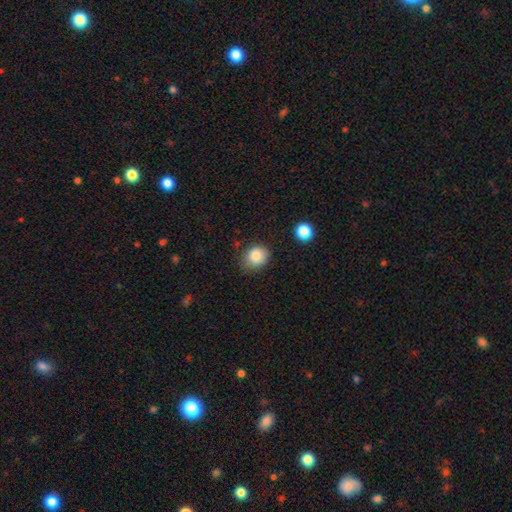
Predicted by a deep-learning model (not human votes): Overall: smooth (85%). How rounded: round (63%; in between 36%). Merging: none (72%).